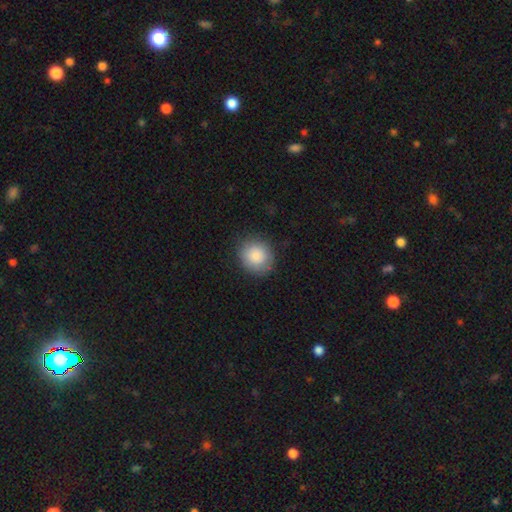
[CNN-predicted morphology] smooth-or-featured: smooth: 87% | star or artifact: 7% | featured or disk: 6%
  how-rounded: round: 84% | in between: 15% | cigar-shaped: 1%
  merging: none: 85% | minor disturbance: 11% | major disturbance: 3% | merger: 1%